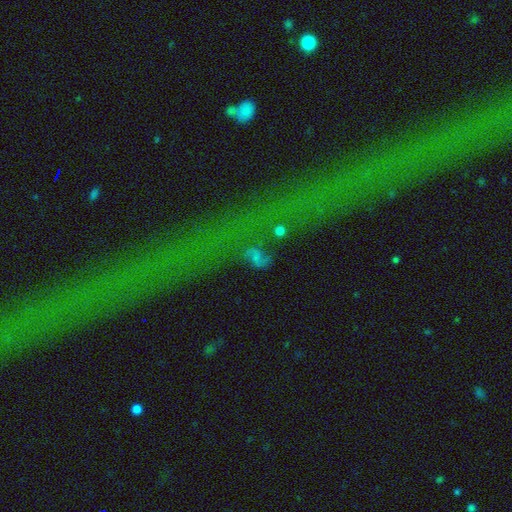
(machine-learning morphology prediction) smooth_or_featured: featured or disk (p=0.37) [alt: smooth p=0.34]
merging: none (p=0.37) [alt: major disturbance p=0.28]